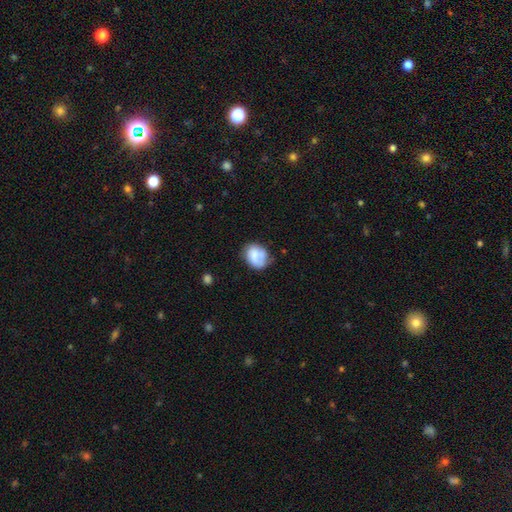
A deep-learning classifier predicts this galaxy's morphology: The model was most divided on "how rounded": in between: 51%, round: 48%, cigar-shaped: 1%. More confident: smooth or featured — smooth (70%); merging — none (54%).